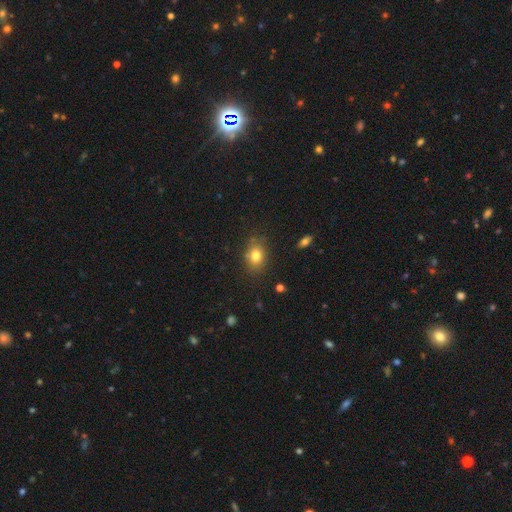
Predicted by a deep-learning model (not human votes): The model was most divided on "how rounded": in between: 62%, round: 37%, cigar-shaped: 1%. More confident: smooth or featured — smooth (79%); merging — none (79%).